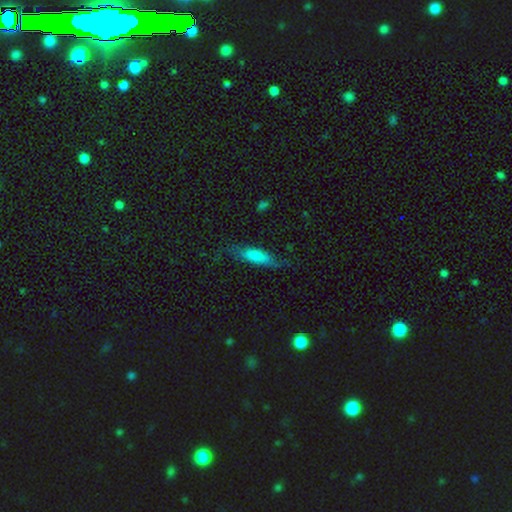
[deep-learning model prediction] The model was most divided on "how rounded": cigar-shaped: 51%, in between: 46%, round: 2%. More confident: smooth or featured — smooth (65%); merging — none (57%).